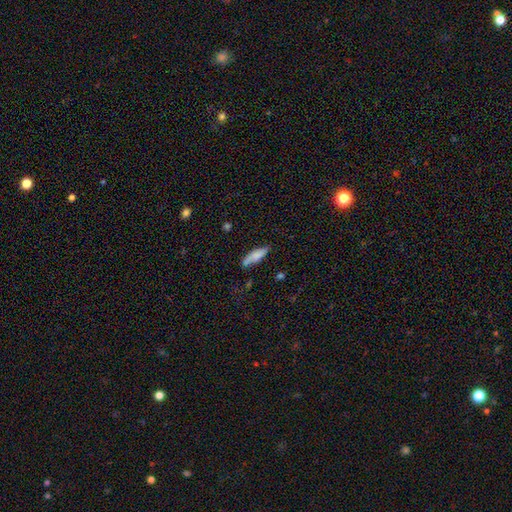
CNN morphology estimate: This appears to be a smooth galaxy with no disk features (73%) that is cigar-shaped (50%). Merging: none (65%).